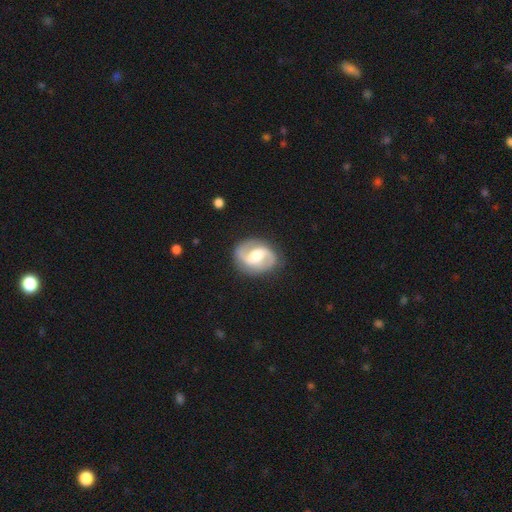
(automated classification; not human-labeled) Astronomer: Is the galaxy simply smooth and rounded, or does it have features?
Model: featured or disk — 83%.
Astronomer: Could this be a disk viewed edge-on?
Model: no — 98%.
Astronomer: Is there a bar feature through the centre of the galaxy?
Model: weak — 48% (runner-up: strong, 28%).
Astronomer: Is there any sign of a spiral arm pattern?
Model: yes — 94%.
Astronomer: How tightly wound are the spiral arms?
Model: medium — 52%.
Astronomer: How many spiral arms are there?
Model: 2 — 92%.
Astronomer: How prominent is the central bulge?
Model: moderate — 58%.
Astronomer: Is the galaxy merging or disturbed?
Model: none — 84%.